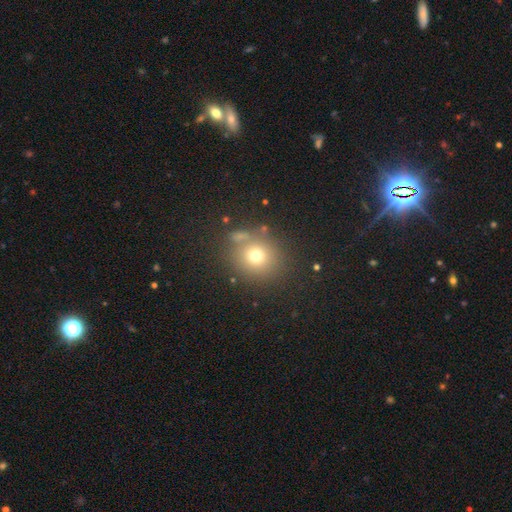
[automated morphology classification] This is likely a smooth galaxy (72%). How rounded: clearly round (84%). Merging: likely none (75%).